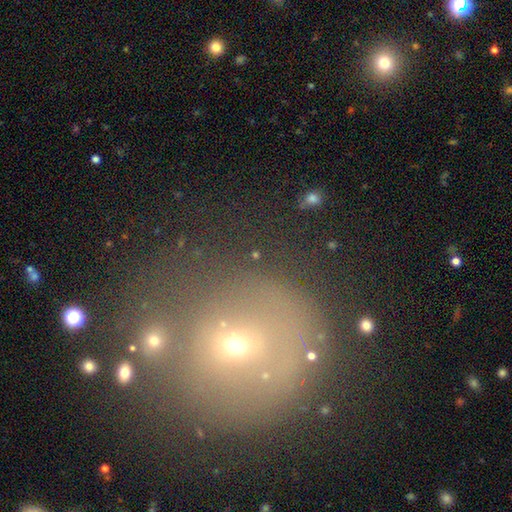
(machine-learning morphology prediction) A smooth galaxy with no disk features (45%).

Vote fractions:
- Smooth or featured? smooth: 45% / star or artifact: 37% / featured or disk: 18%
- Merging? none: 70% / merger: 12% / minor disturbance: 11% / major disturbance: 8%